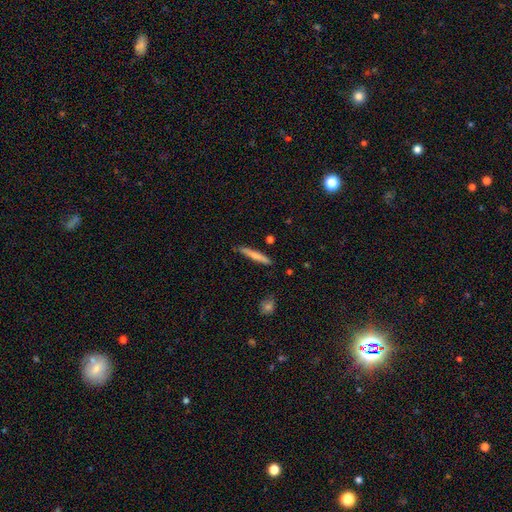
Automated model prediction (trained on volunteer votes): This is likely a smooth galaxy (66%). How rounded: clearly cigar-shaped (95%). Merging: clearly none (85%).